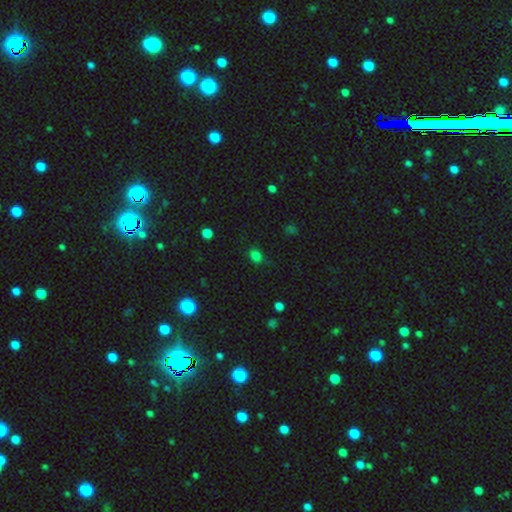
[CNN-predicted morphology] The model was most divided on "how rounded": in between: 54%, round: 45%, cigar-shaped: 1%. More confident: merging — none (79%); smooth or featured — smooth (77%).